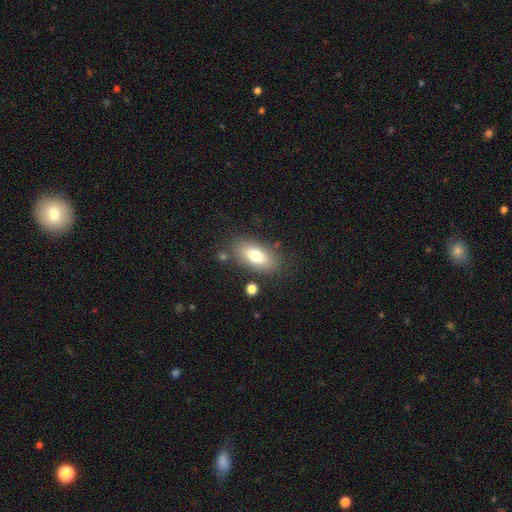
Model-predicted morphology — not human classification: Smooth or featured?
  - smooth: 76% *
  - featured or disk: 16%
  - star or artifact: 8%
How rounded?
  - in between: 88% *
  - cigar-shaped: 7%
  - round: 4%
Merging?
  - none: 80% *
  - minor disturbance: 12%
  - major disturbance: 4%
  - merger: 4%